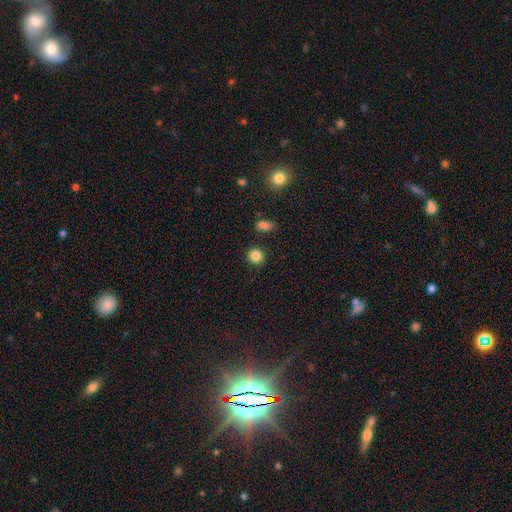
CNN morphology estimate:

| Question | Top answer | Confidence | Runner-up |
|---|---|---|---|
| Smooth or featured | smooth | 85% | star or artifact (10%) |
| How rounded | round | 88% | in between (11%) |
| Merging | none | 88% | minor disturbance (7%) |